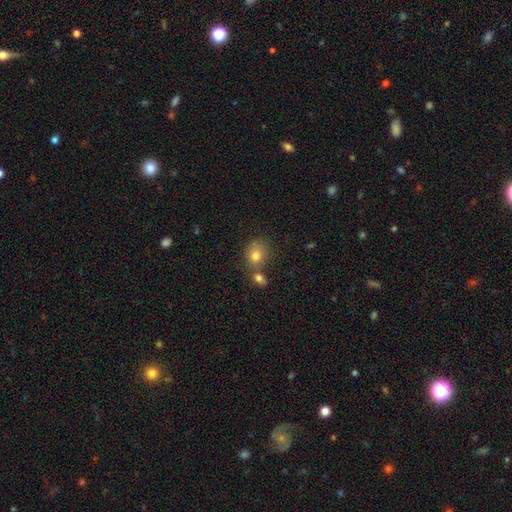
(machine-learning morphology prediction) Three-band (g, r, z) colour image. It shows a smooth galaxy with no disk features (78%) that is round (57%). Merging: none (42%).